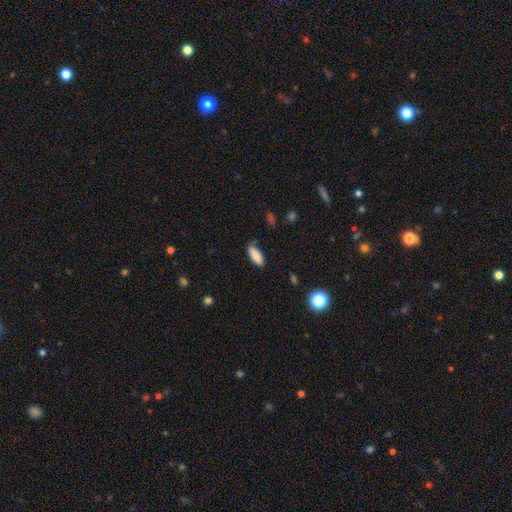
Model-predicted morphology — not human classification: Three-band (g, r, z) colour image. It shows a smooth galaxy with no disk features (88%) that is in between round and cigar-shaped (78%). Merging: none (82%).